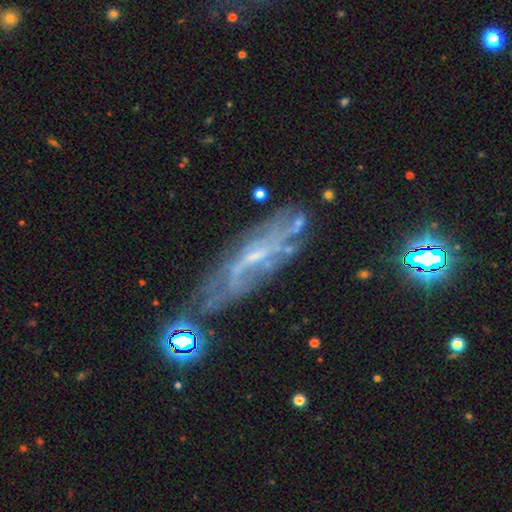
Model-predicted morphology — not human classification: Smooth or featured? featured or disk (70%)
Edge-on disk? no (70%)
Merging? none (64%)